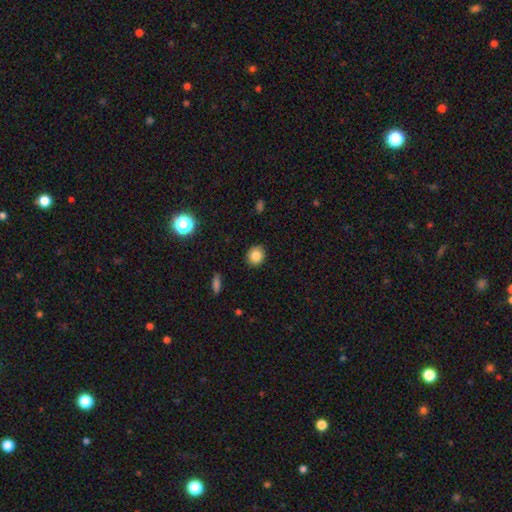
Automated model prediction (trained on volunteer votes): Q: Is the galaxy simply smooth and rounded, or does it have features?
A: smooth — 84%.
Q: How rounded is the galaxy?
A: round — 78%.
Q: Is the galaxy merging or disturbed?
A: none — 89%.